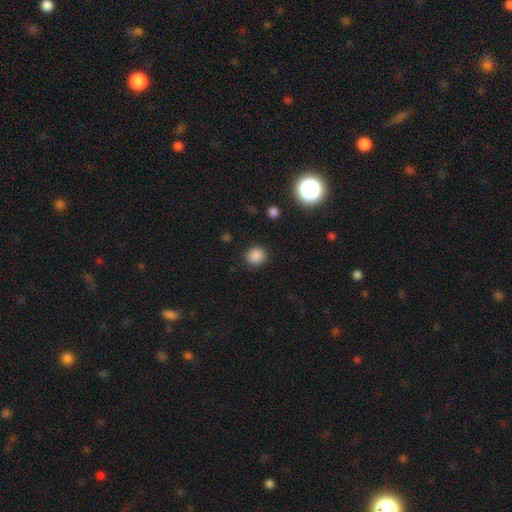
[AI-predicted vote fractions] A smooth galaxy with no disk features (86%) that is round (85%).

Vote fractions:
- Smooth or featured? smooth: 86% / star or artifact: 11% / featured or disk: 3%
- How rounded? round: 85% / in between: 14% / cigar-shaped: 1%
- Merging? none: 89% / minor disturbance: 7% / major disturbance: 3% / merger: 1%